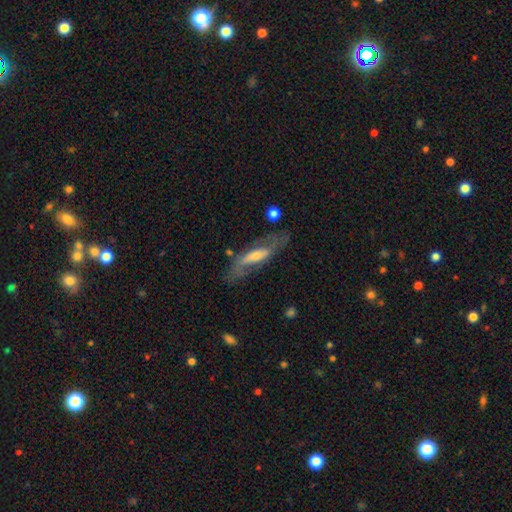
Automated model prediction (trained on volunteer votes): smooth_or_featured: featured or disk (p=0.71) [alt: smooth p=0.22]
disk_edge_on: no (p=0.66) [alt: yes p=0.34]
merging: none (p=0.68) [alt: minor disturbance p=0.19]